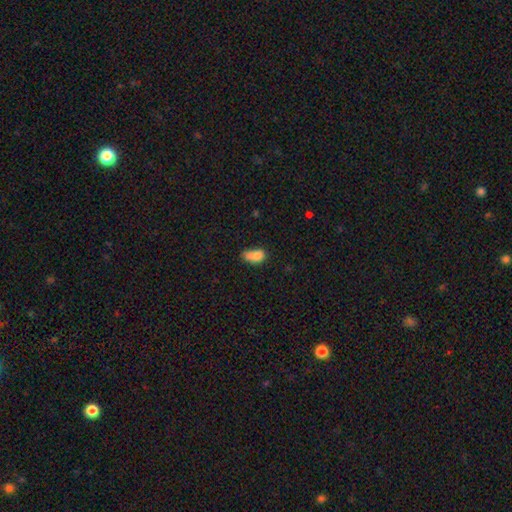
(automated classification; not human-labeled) A smooth galaxy with no disk features (78%) that is in between round and cigar-shaped (83%).

Vote fractions:
- Smooth or featured? smooth: 78% / featured or disk: 11% / star or artifact: 11%
- How rounded? in between: 83% / round: 12% / cigar-shaped: 5%
- Merging? none: 32% / minor disturbance: 27% / merger: 27% / major disturbance: 14%